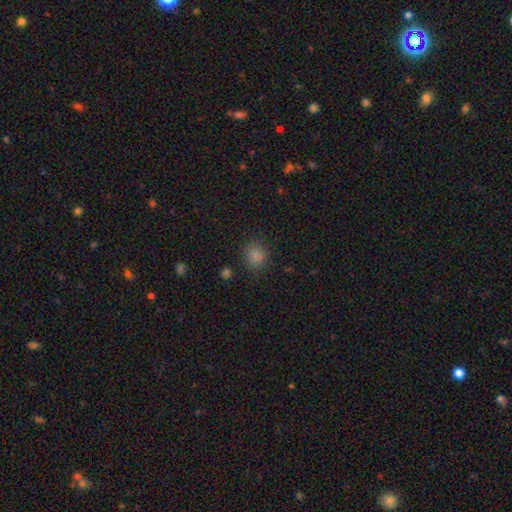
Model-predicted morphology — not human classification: This is clearly a smooth galaxy (82%). How rounded: likely round (72%). Merging: clearly none (82%).